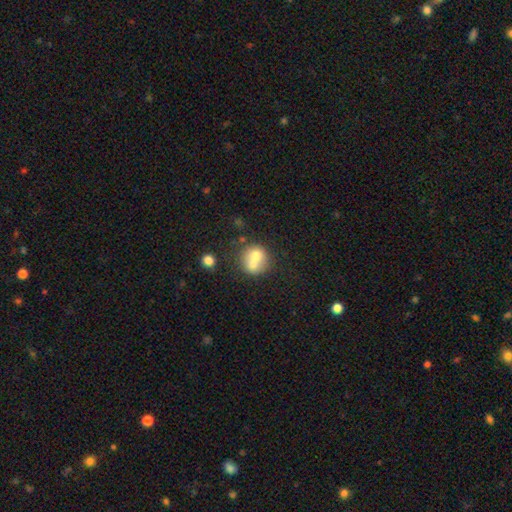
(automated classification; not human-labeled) Morphology: type=smooth (66%); roundness=round (82%); merging=merger (59%).